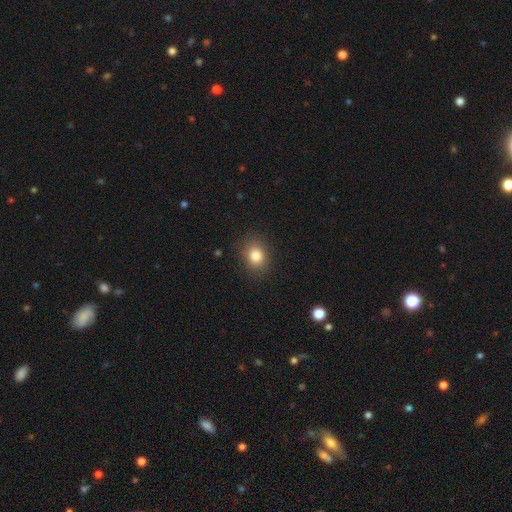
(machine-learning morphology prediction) Smooth or featured?
  - smooth: 83% *
  - star or artifact: 11%
  - featured or disk: 7%
How rounded?
  - round: 54% *
  - in between: 45%
  - cigar-shaped: 1%
Merging?
  - none: 86% *
  - minor disturbance: 10%
  - major disturbance: 3%
  - merger: 1%